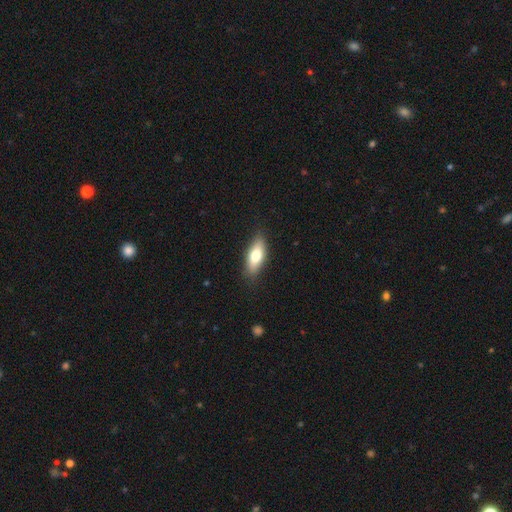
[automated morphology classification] Smooth or featured? Predicted: smooth (p=0.71). How rounded? Predicted: in between (p=0.72). Merging? Predicted: none (p=0.86).